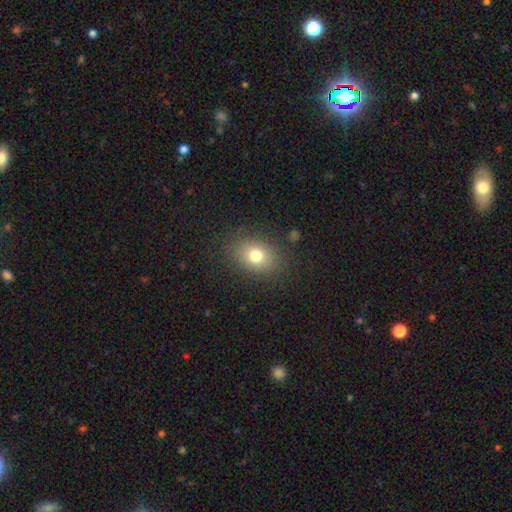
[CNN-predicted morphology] Q: Smooth or featured?
A: smooth (77%); runner-up: star or artifact (12%)
Q: How rounded?
A: in between (63%); runner-up: round (35%)
Q: Merging?
A: none (84%); runner-up: minor disturbance (10%)